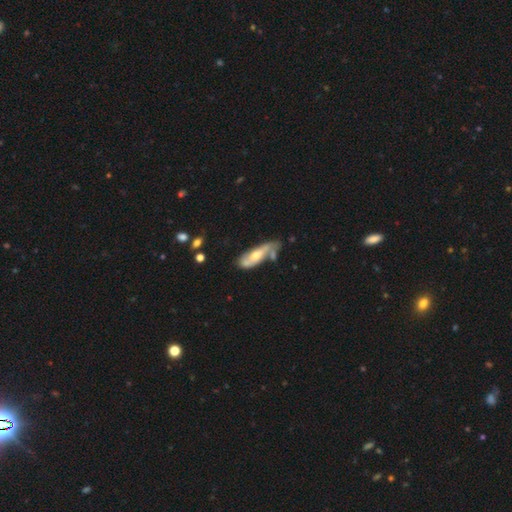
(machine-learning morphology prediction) A featured or disk galaxy (59%). Merging: none (40%).